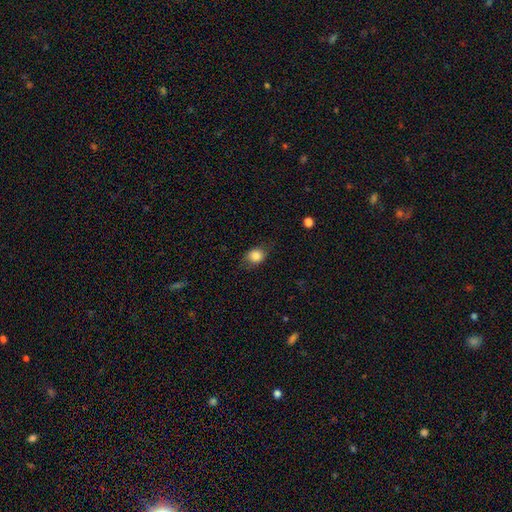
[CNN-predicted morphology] smooth-or-featured: smooth: 82% | star or artifact: 9% | featured or disk: 9%
  how-rounded: round: 54% | in between: 45% | cigar-shaped: 1%
  merging: none: 73% | minor disturbance: 20% | major disturbance: 6% | merger: 1%